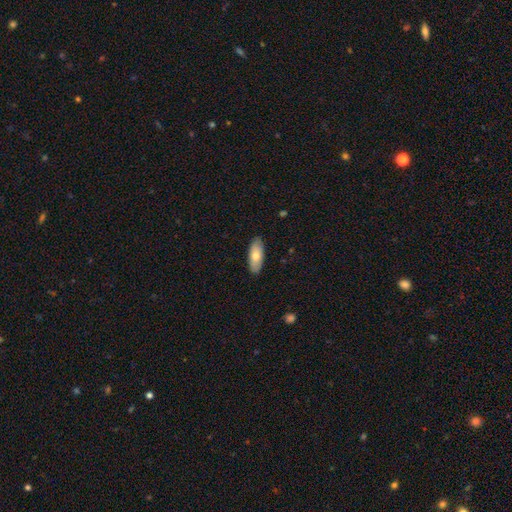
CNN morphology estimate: Smooth or featured?
  - smooth: 72% *
  - featured or disk: 22%
  - star or artifact: 6%
How rounded?
  - in between: 78% *
  - cigar-shaped: 20%
  - round: 2%
Merging?
  - none: 87% *
  - minor disturbance: 10%
  - major disturbance: 2%
  - merger: 1%